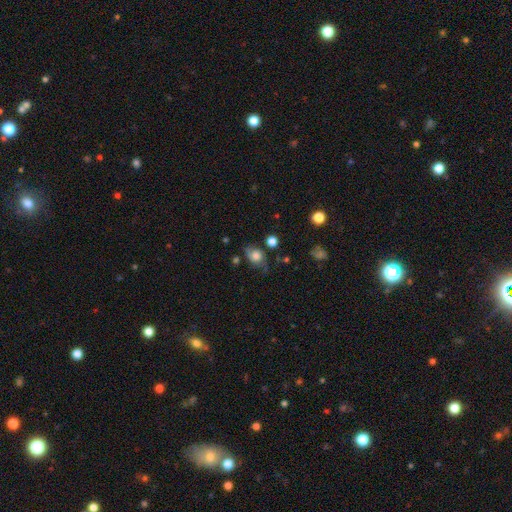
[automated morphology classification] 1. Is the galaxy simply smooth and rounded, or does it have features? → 57% smooth, 30% featured or disk, 12% star or artifact.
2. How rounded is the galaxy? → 52% round, 46% in between, 2% cigar-shaped.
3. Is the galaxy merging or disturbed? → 57% none, 27% minor disturbance, 13% major disturbance, 3% merger.